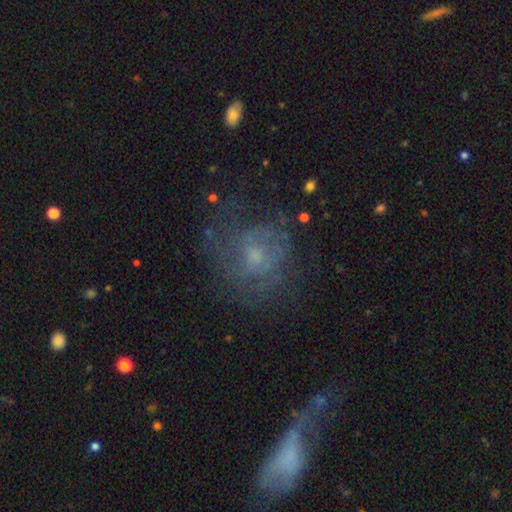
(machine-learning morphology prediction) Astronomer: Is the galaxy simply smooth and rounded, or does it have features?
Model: featured or disk — 50% (runner-up: smooth, 34%).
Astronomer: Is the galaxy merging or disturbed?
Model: none — 57%.